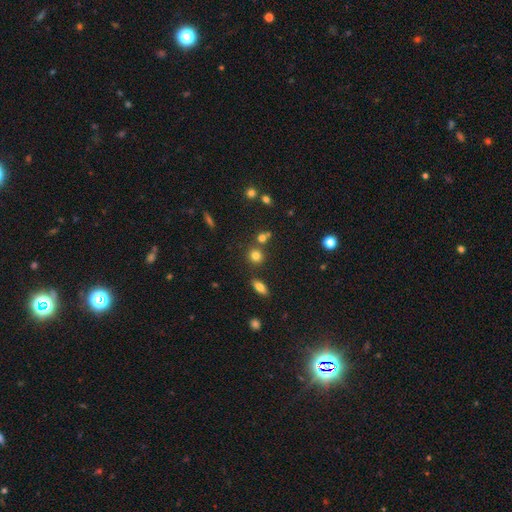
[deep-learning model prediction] smooth_or_featured: smooth (p=0.77) [alt: star or artifact p=0.15]
how_rounded: round (p=0.86) [alt: in between p=0.13]
merging: none (p=0.74) [alt: merger p=0.14]